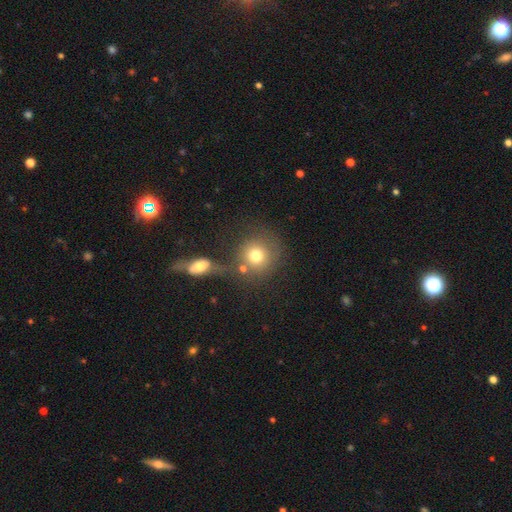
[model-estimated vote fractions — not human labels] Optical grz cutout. It shows a smooth galaxy with no disk features (73%) that is round (88%). Merging: none (48%).